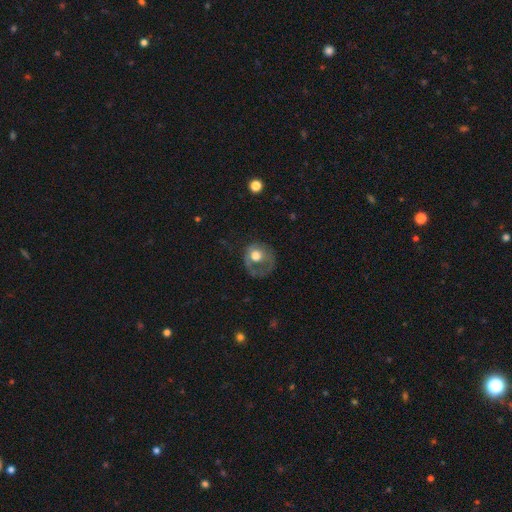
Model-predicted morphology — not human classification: smooth-or-featured: smooth: 49% | featured or disk: 43% | star or artifact: 8%
  merging: major disturbance: 38% | none: 36% | minor disturbance: 24% | merger: 2%